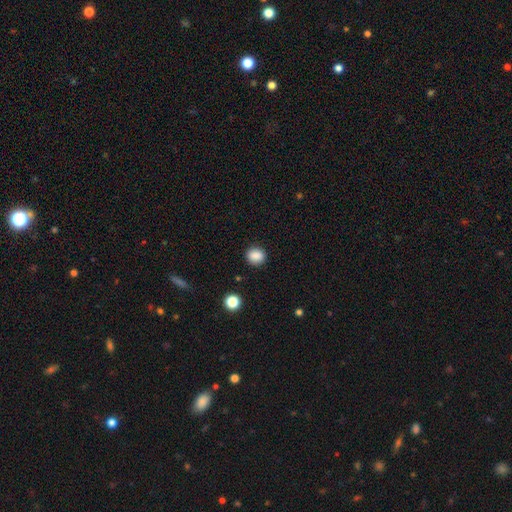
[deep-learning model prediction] Overall: smooth (87%). How rounded: round (75%). Merging: none (88%).